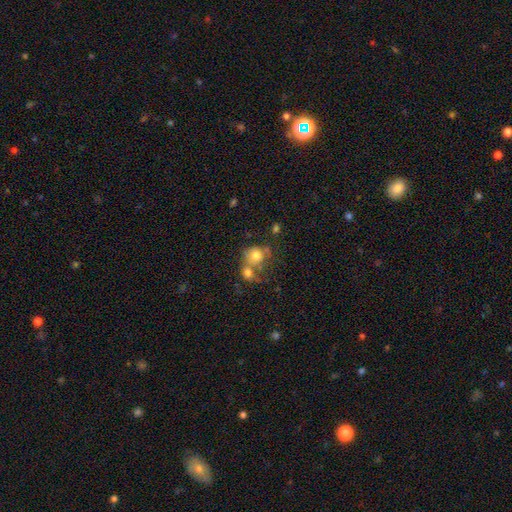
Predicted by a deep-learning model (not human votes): This appears to be a smooth galaxy with no disk features (73%) that is round (79%). Merging: merger (48%).